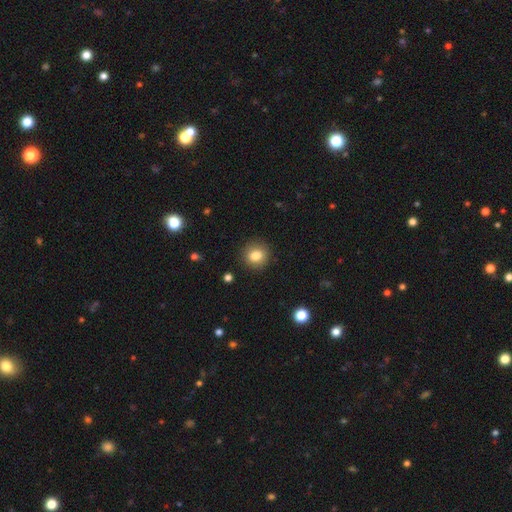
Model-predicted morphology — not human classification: Overall: smooth (83%). How rounded: round (85%). Merging: none (89%).